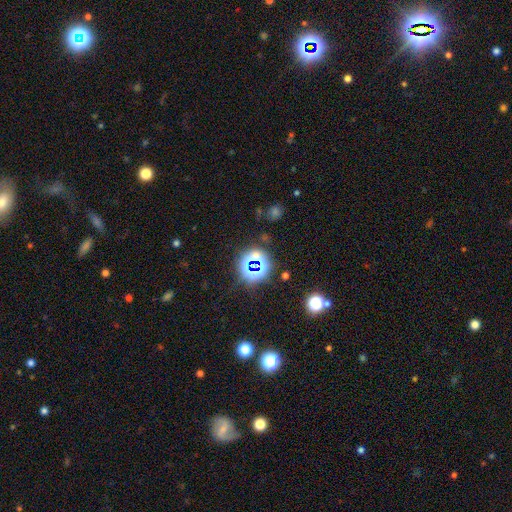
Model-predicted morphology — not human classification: Overall: star or artifact (74%).